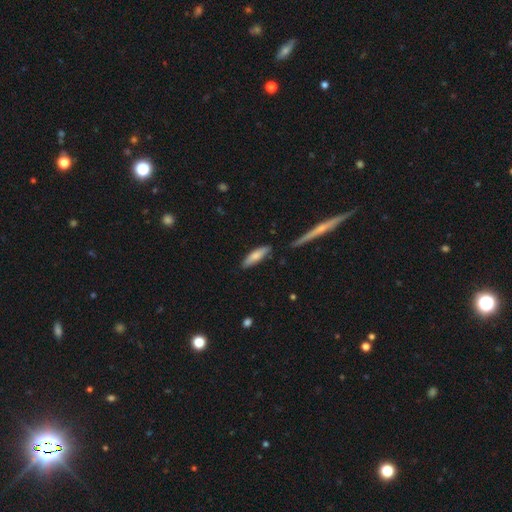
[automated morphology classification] A smooth galaxy with no disk features (76%) that is cigar-shaped (59%).

Vote fractions:
- Smooth or featured? smooth: 76% / featured or disk: 18% / star or artifact: 6%
- How rounded? cigar-shaped: 59% / in between: 39% / round: 2%
- Merging? none: 79% / minor disturbance: 15% / merger: 3% / major disturbance: 3%